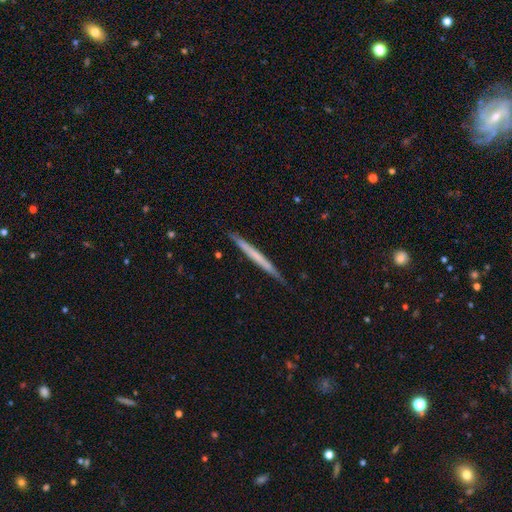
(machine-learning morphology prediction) Overall: featured or disk (47%, tied with smooth). Merging: none (89%).